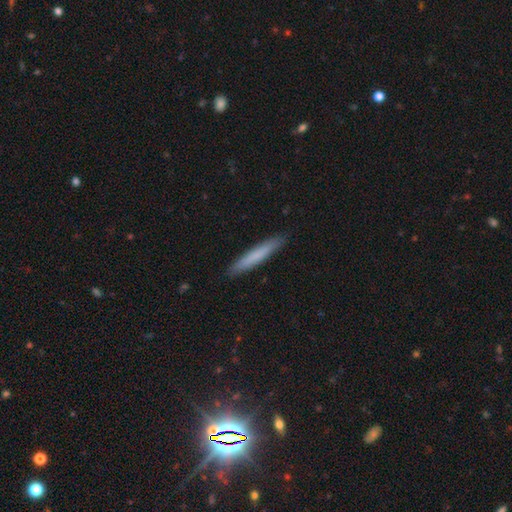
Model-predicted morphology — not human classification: Smooth or featured? Predicted: smooth (p=0.73). How rounded? Predicted: cigar-shaped (p=0.95). Merging? Predicted: none (p=0.91).